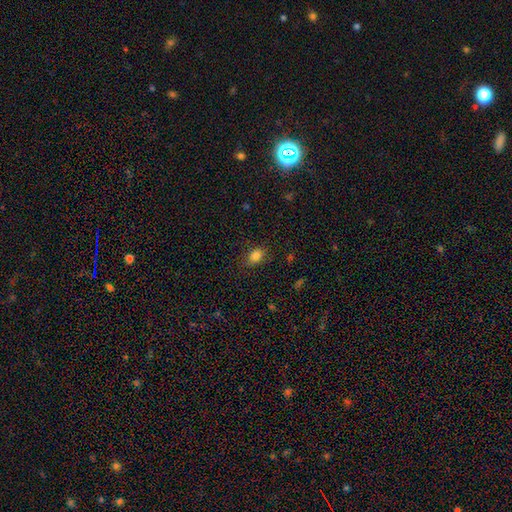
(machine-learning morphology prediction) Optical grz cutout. It shows a smooth galaxy with no disk features (83%) that is in between round and cigar-shaped (74%). Merging: none (80%).